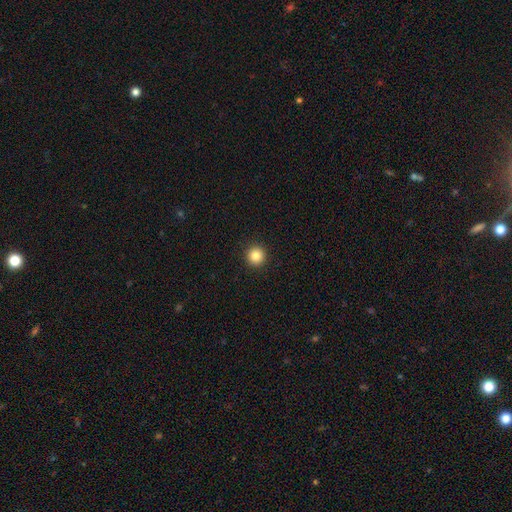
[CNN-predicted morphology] A smooth galaxy with no disk features (85%) that is round (96%). Merging: none (93%).